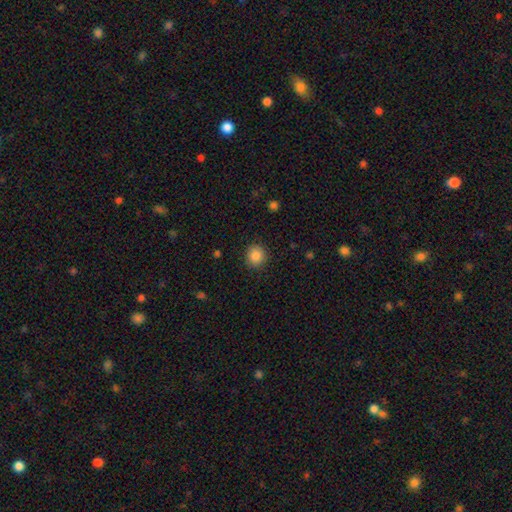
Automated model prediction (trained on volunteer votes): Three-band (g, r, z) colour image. It shows a smooth galaxy with no disk features (86%) that is round (87%). Merging: none (90%).